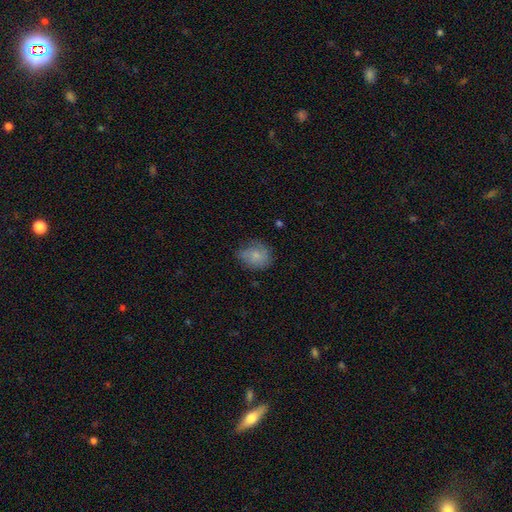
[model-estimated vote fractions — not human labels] Q: Smooth or featured?
A: smooth (76%); runner-up: featured or disk (16%)
Q: How rounded?
A: in between (50%); runner-up: round (49%)
Q: Merging?
A: none (59%); runner-up: minor disturbance (30%)